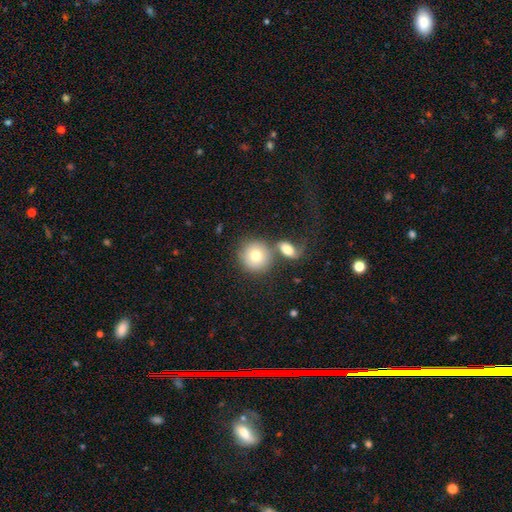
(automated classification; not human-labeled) Morphology: type=smooth (72%); roundness=round (89%); merging=none (54%).